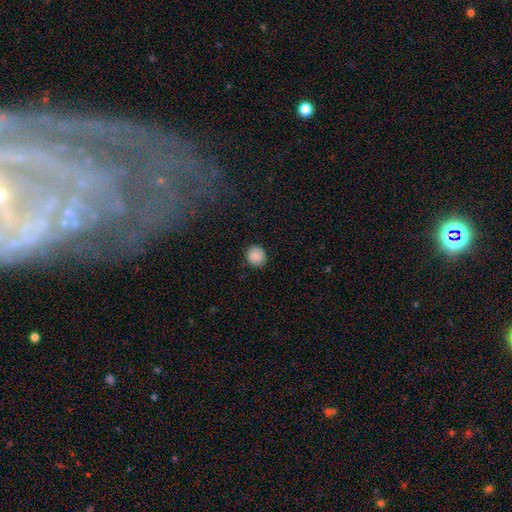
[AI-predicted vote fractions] smooth_or_featured: smooth (p=0.88) [alt: star or artifact p=0.08]
how_rounded: round (p=0.89) [alt: in between p=0.10]
merging: none (p=0.88) [alt: minor disturbance p=0.09]